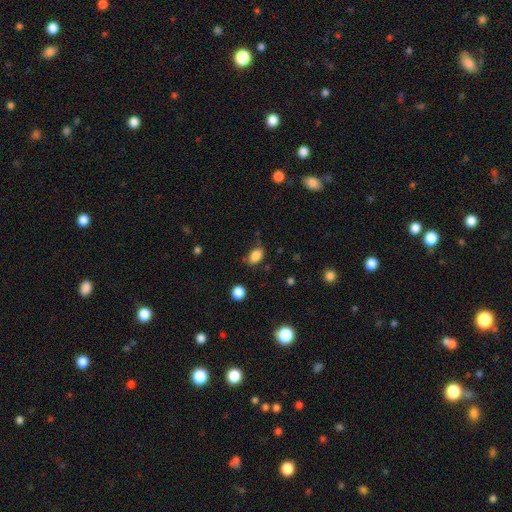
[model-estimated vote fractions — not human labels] This appears to be a smooth galaxy with no disk features (84%) that is in between round and cigar-shaped (87%). Merging: none (69%).